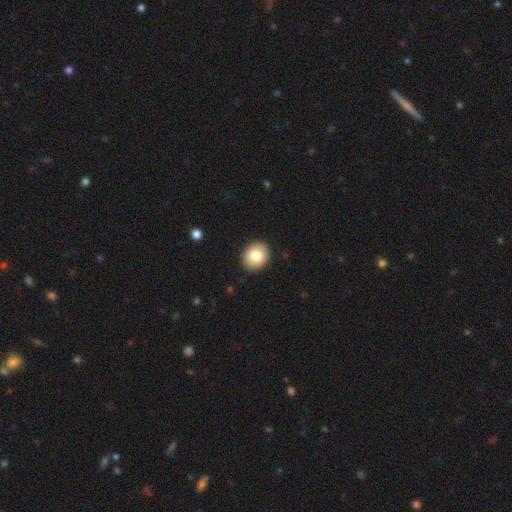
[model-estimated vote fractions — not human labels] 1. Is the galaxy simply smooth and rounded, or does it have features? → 81% smooth, 11% featured or disk, 8% star or artifact.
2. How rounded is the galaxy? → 66% round, 33% in between, 1% cigar-shaped.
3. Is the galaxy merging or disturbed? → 91% none, 6% minor disturbance, 2% major disturbance, 1% merger.